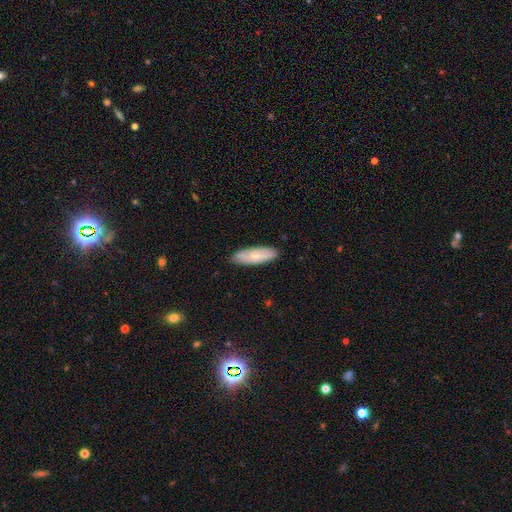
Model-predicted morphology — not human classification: Q: Smooth or featured?
A: smooth (75%); runner-up: featured or disk (19%)
Q: How rounded?
A: in between (57%); runner-up: cigar-shaped (42%)
Q: Merging?
A: none (84%); runner-up: minor disturbance (13%)